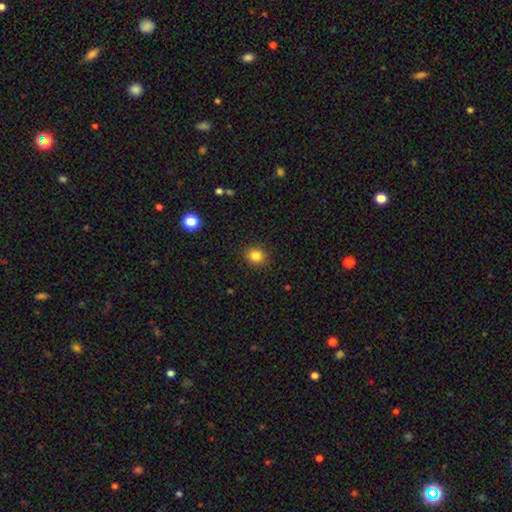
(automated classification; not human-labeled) This is clearly a smooth galaxy (84%). How rounded: likely round (77%). Merging: clearly none (90%).